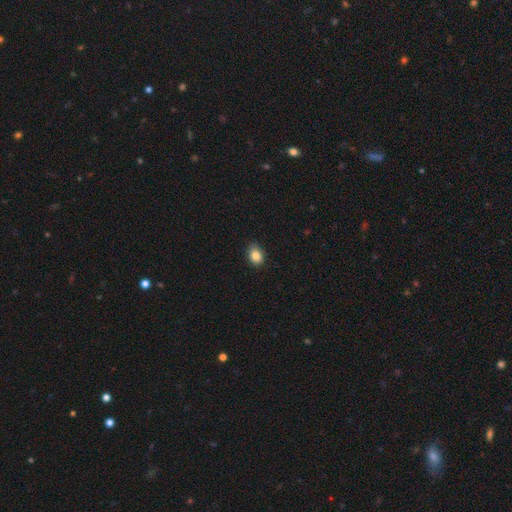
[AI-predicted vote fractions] smooth_or_featured: smooth (p=0.85) [alt: star or artifact p=0.09]
how_rounded: in between (p=0.69) [alt: round p=0.30]
merging: none (p=0.80) [alt: minor disturbance p=0.16]